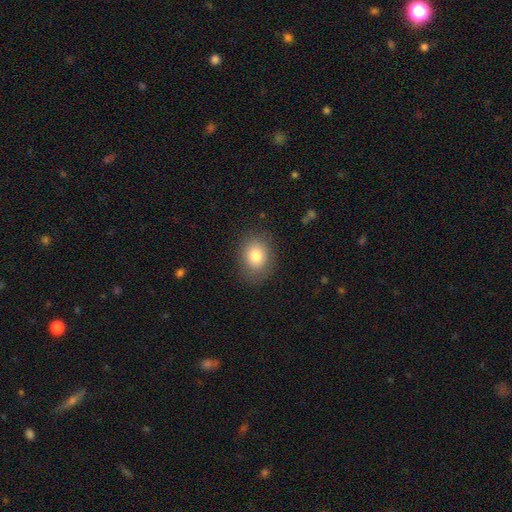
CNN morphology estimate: smooth 81%, featured or disk 10%, star or artifact 9%. Down the decision tree: how rounded — round (51%); merging — none (82%).